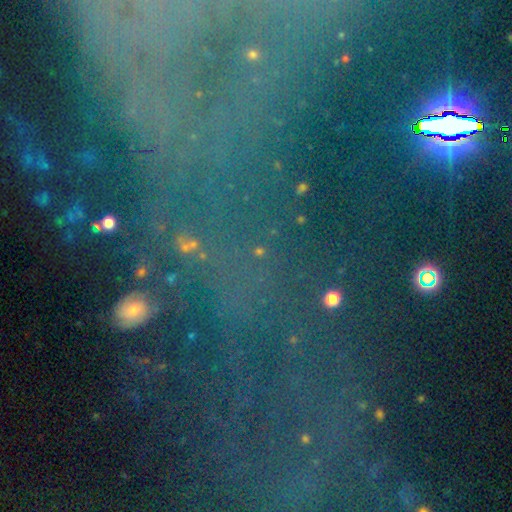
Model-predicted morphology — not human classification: A star or artifact, not a galaxy (60%).